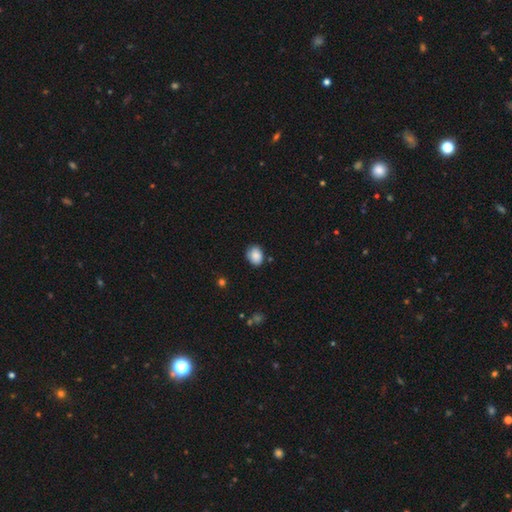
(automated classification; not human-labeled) smooth 85%, star or artifact 8%, featured or disk 7%. Down the decision tree: how rounded — in between (55%); merging — none (74%).